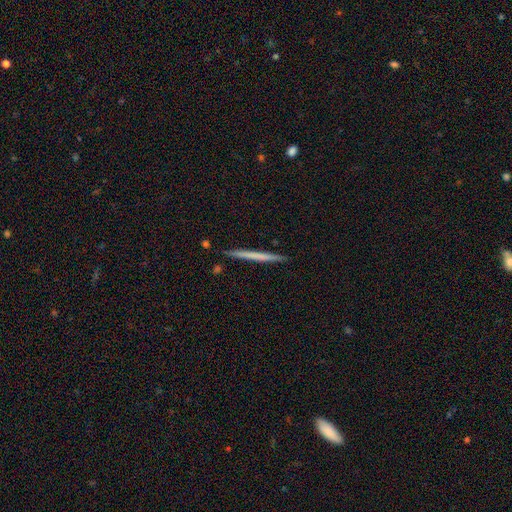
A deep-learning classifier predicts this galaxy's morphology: Q: Smooth or featured?
A: smooth (54%); runner-up: featured or disk (41%)
Q: How rounded?
A: cigar-shaped (97%); runner-up: in between (2%)
Q: Merging?
A: none (91%); runner-up: minor disturbance (6%)